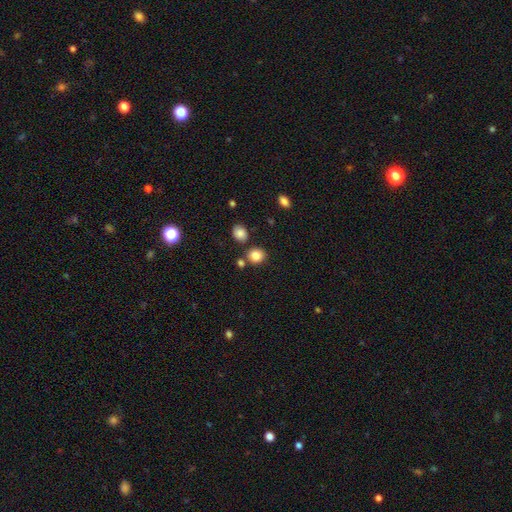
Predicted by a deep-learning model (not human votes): smooth_or_featured: smooth (p=0.84) [alt: star or artifact p=0.11]
how_rounded: round (p=0.76) [alt: in between p=0.23]
merging: none (p=0.75) [alt: merger p=0.12]